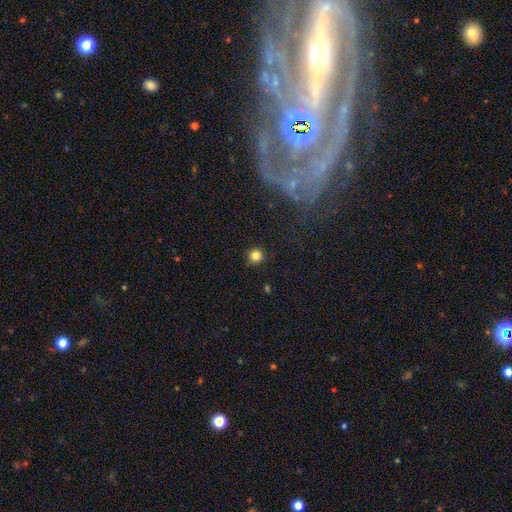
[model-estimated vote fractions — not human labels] This appears to be a smooth galaxy with no disk features (83%) that is round (93%). Merging: none (91%).